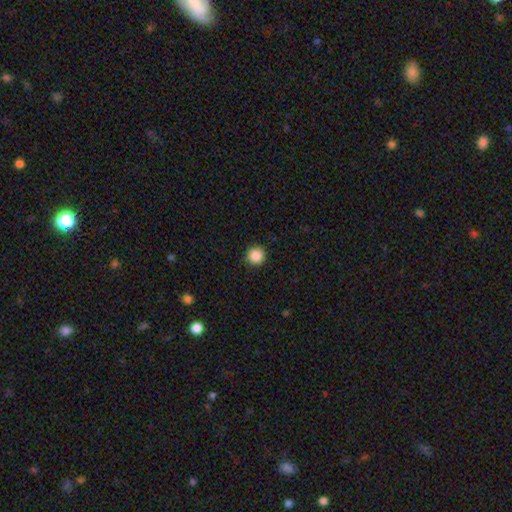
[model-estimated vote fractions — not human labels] This appears to be a smooth galaxy with no disk features (88%) that is round (96%). Merging: none (92%).